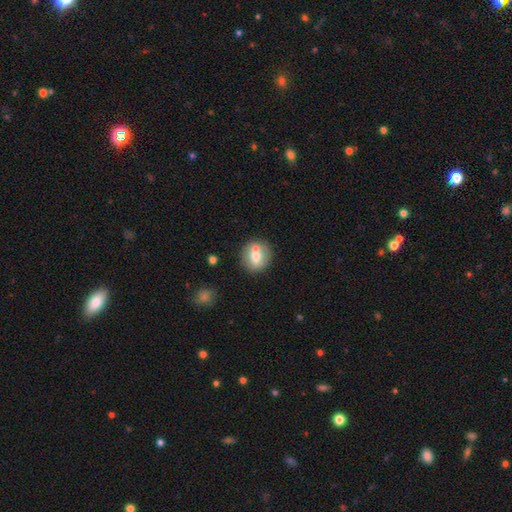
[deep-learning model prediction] This appears to be a smooth galaxy with no disk features (64%) that is round (82%). Merging: none (67%).